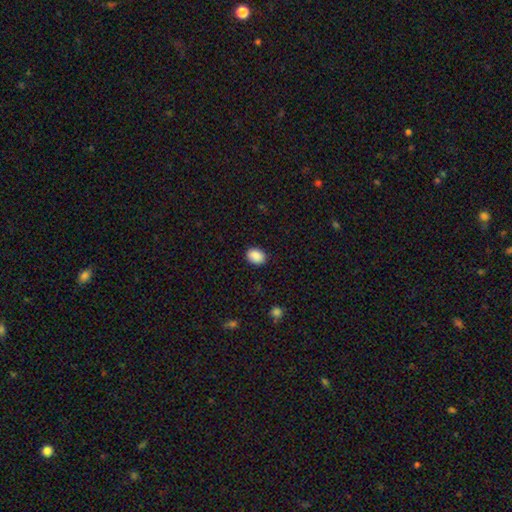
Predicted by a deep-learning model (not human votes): smooth-or-featured: smooth: 89% | star or artifact: 8% | featured or disk: 3%
  how-rounded: in between: 65% | round: 34% | cigar-shaped: 1%
  merging: none: 88% | minor disturbance: 8% | major disturbance: 2% | merger: 1%